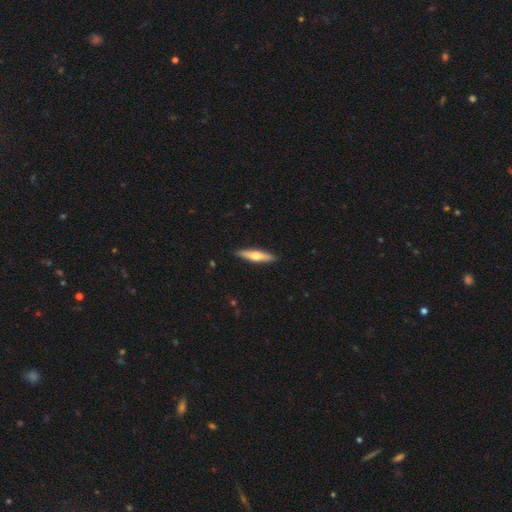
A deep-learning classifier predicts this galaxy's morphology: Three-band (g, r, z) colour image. It shows a smooth galaxy with no disk features (52%) that is cigar-shaped (81%). Merging: none (90%).